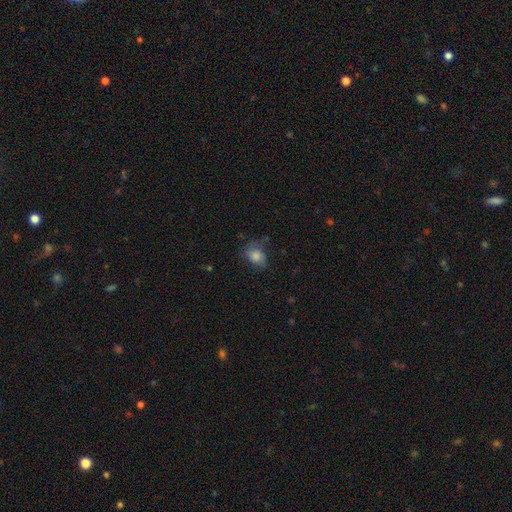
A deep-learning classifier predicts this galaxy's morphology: A smooth galaxy with no disk features (76%) that is in between round and cigar-shaped (65%). Merging: none (51%).